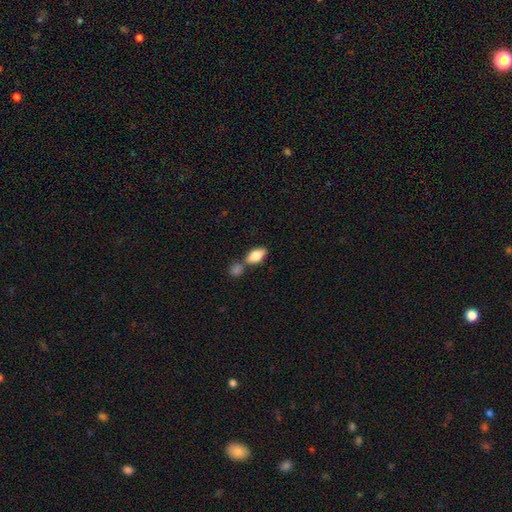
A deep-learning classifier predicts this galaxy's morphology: Q: Smooth or featured?
A: smooth (78%); runner-up: featured or disk (15%)
Q: How rounded?
A: in between (87%); runner-up: cigar-shaped (7%)
Q: Merging?
A: none (51%); runner-up: merger (32%)